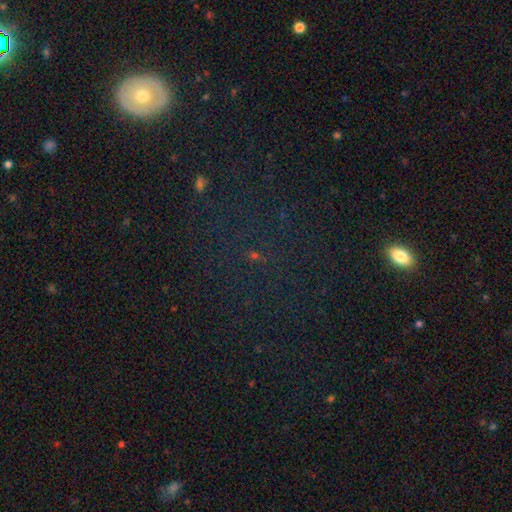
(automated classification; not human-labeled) Q: Smooth or featured?
A: star or artifact (55%); runner-up: smooth (28%)